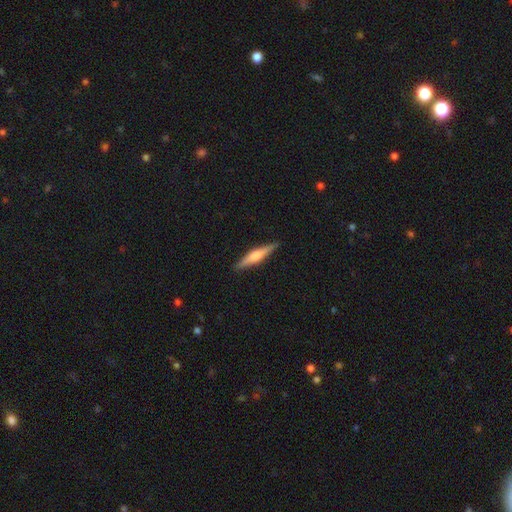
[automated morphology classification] A featured or disk galaxy (53%) viewed edge-on (97%) with a rounded central bulge (67%).

Vote fractions:
- Smooth or featured? featured or disk: 53% / smooth: 42% / star or artifact: 6%
- Edge-on disk? yes: 97% / no: 3%
- Edge-on bulge? rounded: 67% / boxy: 21% / none: 12%
- Merging? none: 90% / minor disturbance: 7% / major disturbance: 2% / merger: 1%